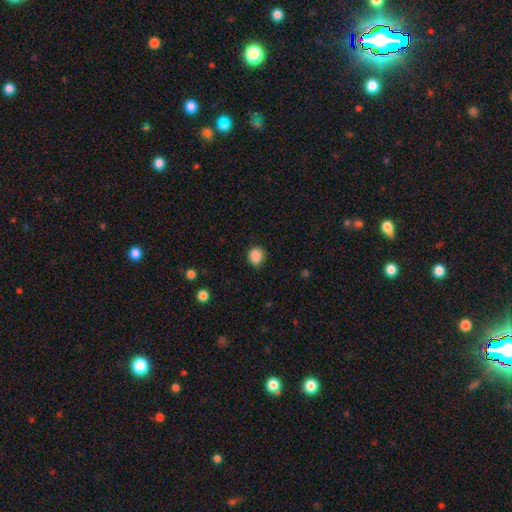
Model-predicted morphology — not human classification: smooth_or_featured: smooth (p=0.87) [alt: star or artifact p=0.09]
how_rounded: round (p=0.77) [alt: in between p=0.22]
merging: none (p=0.81) [alt: minor disturbance p=0.15]